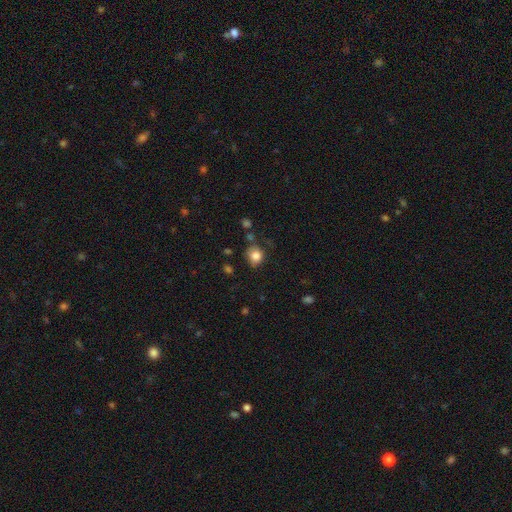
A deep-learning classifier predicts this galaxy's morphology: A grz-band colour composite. It shows a smooth galaxy with no disk features (83%) that is round (66%). Merging: none (65%).